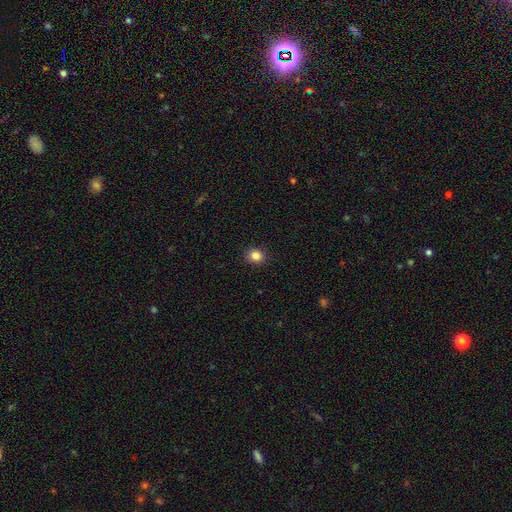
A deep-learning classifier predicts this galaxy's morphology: Smooth or featured? smooth (85%)
How rounded? round (72%)
Merging? none (91%)